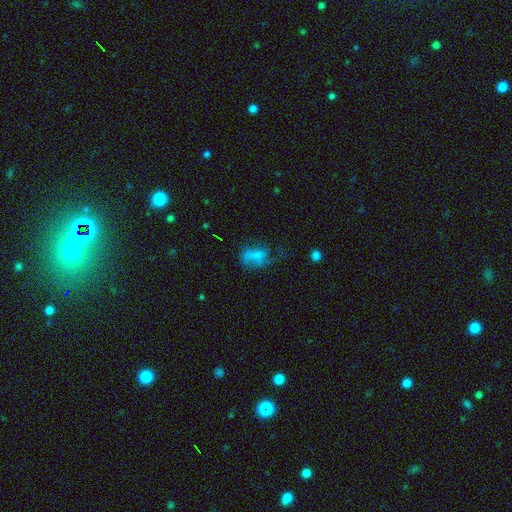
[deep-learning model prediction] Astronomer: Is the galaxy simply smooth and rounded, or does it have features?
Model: smooth — 51% (runner-up: featured or disk, 38%).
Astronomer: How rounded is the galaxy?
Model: in between — 78%.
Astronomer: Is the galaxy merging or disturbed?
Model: major disturbance — 41% (runner-up: none, 31%).